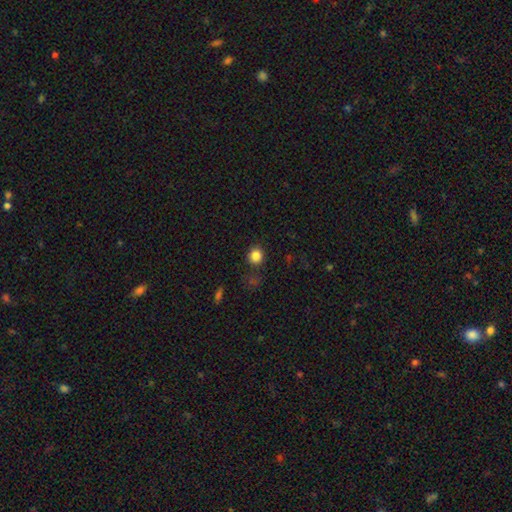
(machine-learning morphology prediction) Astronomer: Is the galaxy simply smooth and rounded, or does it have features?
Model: smooth — 84%.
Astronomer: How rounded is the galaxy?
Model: round — 87%.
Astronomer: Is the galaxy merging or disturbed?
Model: none — 85%.